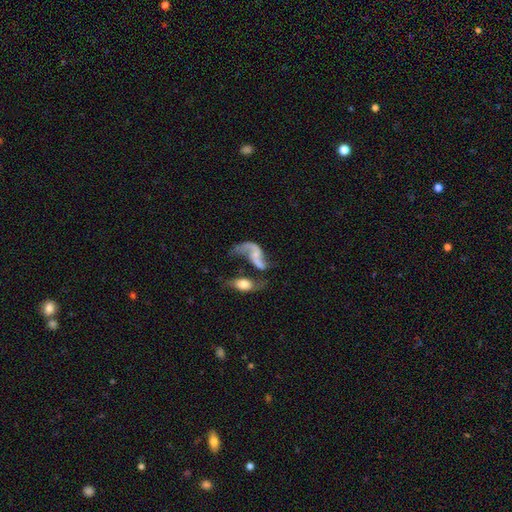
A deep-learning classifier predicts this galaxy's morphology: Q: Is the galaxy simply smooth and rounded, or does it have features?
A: featured or disk — 73%.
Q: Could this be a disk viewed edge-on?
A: no — 95%.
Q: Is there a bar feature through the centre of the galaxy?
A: no — 56%.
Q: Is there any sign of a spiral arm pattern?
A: yes — 83%.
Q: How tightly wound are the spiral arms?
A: loose — 85%.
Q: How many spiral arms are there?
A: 2 — 75%.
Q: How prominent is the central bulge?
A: small — 45%.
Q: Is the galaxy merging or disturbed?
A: merger — 47%.